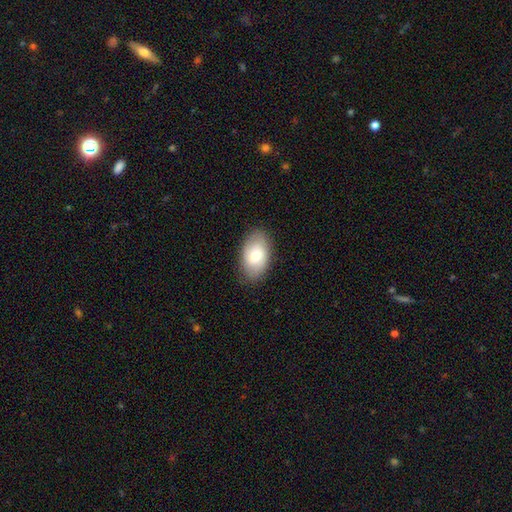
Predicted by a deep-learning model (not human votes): The model was most divided on "smooth or featured": smooth: 72%, featured or disk: 21%, star or artifact: 7%. More confident: how rounded — in between (91%); merging — none (85%).